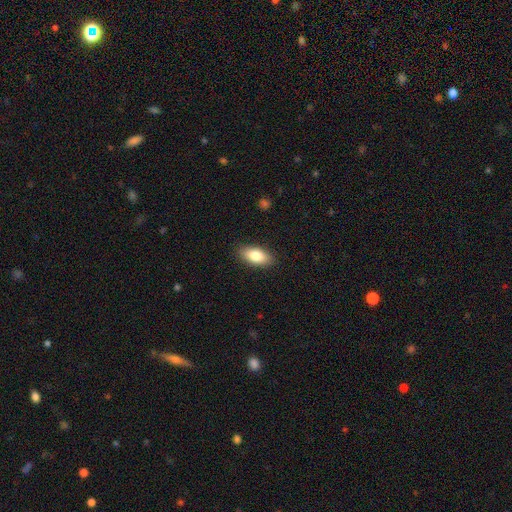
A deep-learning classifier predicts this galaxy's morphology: Smooth or featured? Predicted: smooth (p=0.82). How rounded? Predicted: in between (p=0.88). Merging? Predicted: none (p=0.88).